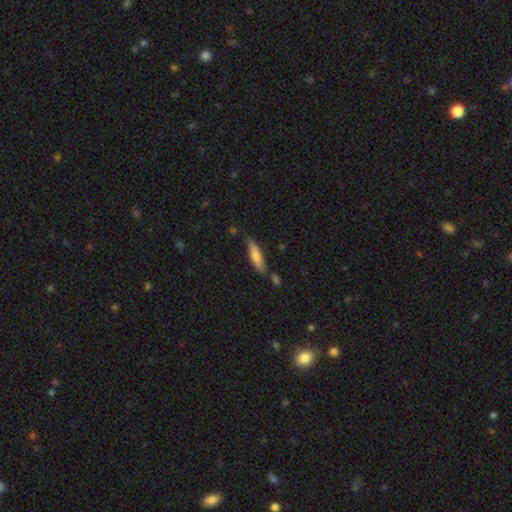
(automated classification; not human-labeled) The model was most divided on "how rounded": cigar-shaped: 70%, in between: 28%, round: 2%. More confident: merging — none (75%); smooth or featured — smooth (71%).